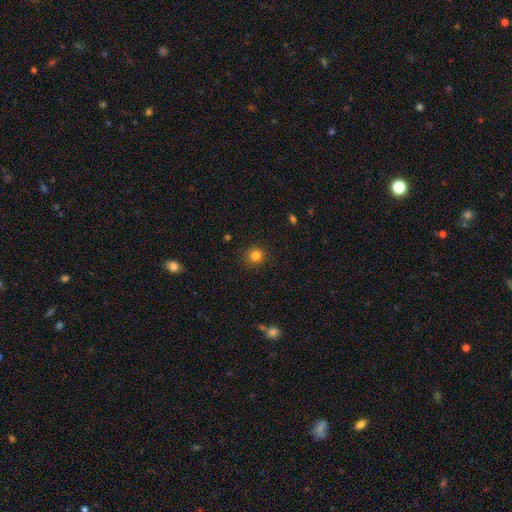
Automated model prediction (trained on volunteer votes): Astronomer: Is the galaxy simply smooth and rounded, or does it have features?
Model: smooth — 82%.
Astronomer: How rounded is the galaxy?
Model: round — 91%.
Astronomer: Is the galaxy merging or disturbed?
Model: none — 90%.